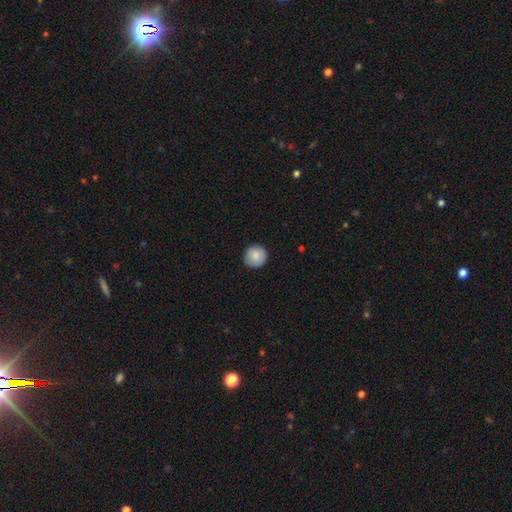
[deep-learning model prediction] Smooth or featured? smooth (87%)
How rounded? round (95%)
Merging? none (91%)